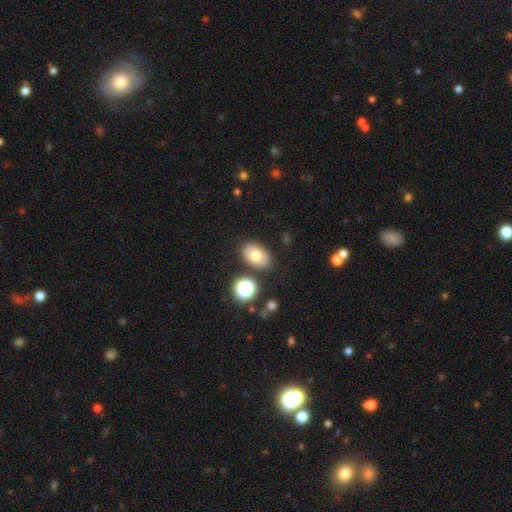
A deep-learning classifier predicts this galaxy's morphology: This appears to be a smooth galaxy with no disk features (75%) that is in between round and cigar-shaped (85%). Merging: none (82%).